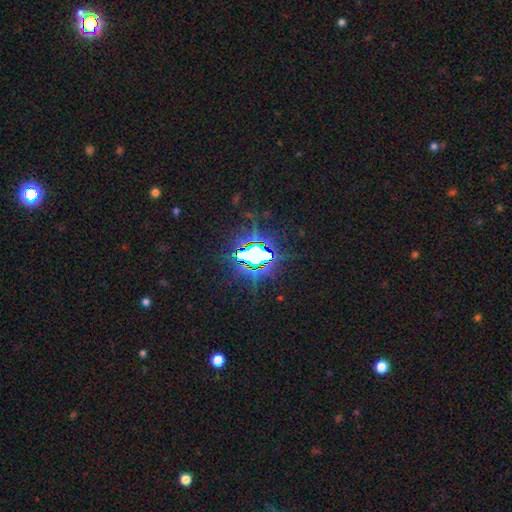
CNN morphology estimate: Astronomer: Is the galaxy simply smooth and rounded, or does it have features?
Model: star or artifact — 77%.